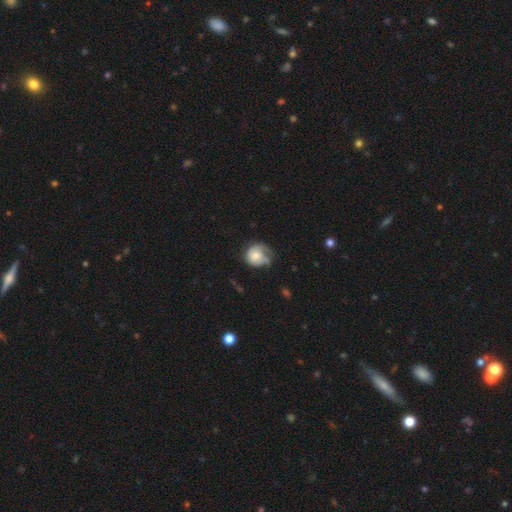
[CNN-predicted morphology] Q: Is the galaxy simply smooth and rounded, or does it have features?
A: smooth — 61%.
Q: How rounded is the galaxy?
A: round — 74%.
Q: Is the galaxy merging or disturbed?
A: none — 37%.